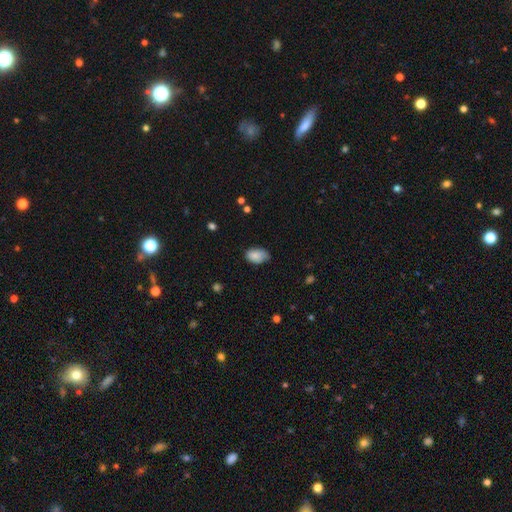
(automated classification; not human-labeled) A smooth galaxy with no disk features (84%) that is in between round and cigar-shaped (89%). Merging: none (62%).